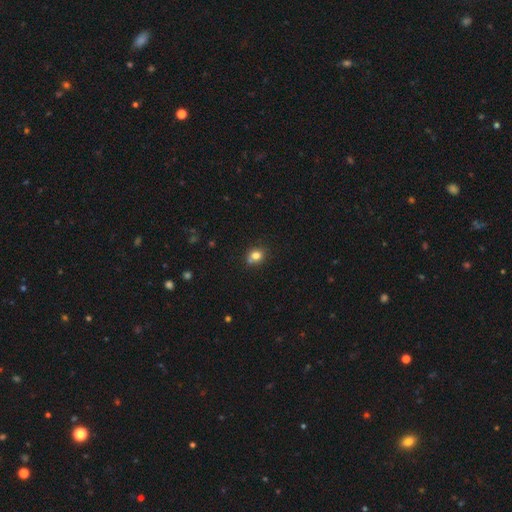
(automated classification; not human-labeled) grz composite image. It shows a smooth galaxy with no disk features (78%) that is round (72%). Merging: none (69%).